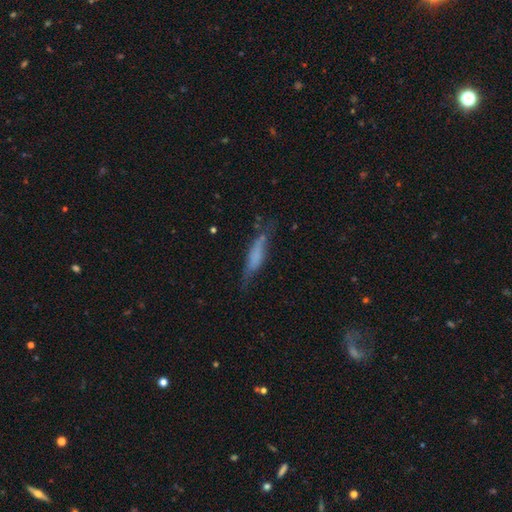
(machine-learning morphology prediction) Overall: smooth (54%; featured or disk 37%). How rounded: cigar-shaped (72%). Merging: none (54%; minor disturbance 29%).